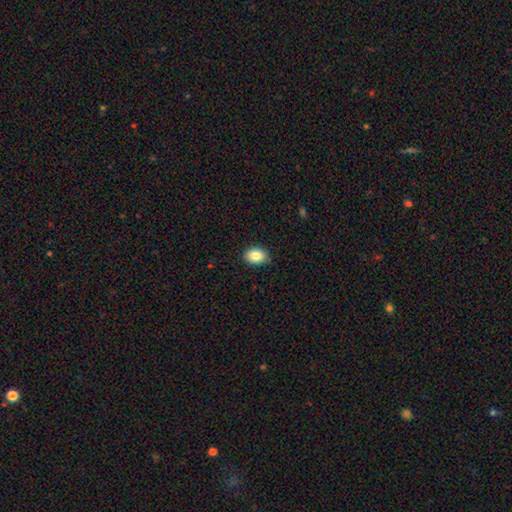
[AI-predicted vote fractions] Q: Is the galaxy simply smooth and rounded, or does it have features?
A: smooth — 85%.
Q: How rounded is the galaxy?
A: in between — 65%.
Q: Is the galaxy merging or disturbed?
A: none — 84%.